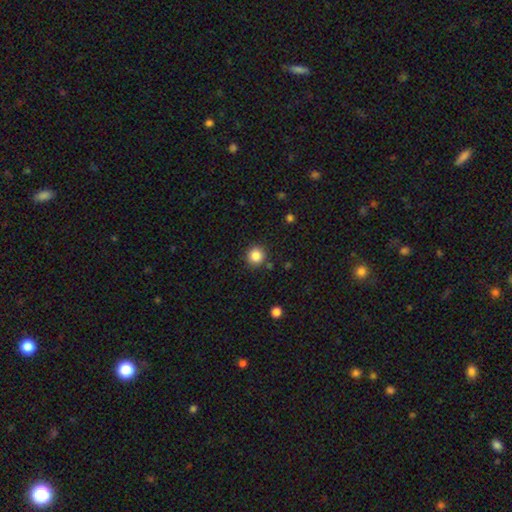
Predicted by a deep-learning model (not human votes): Overall: smooth (85%). How rounded: round (93%). Merging: none (88%).